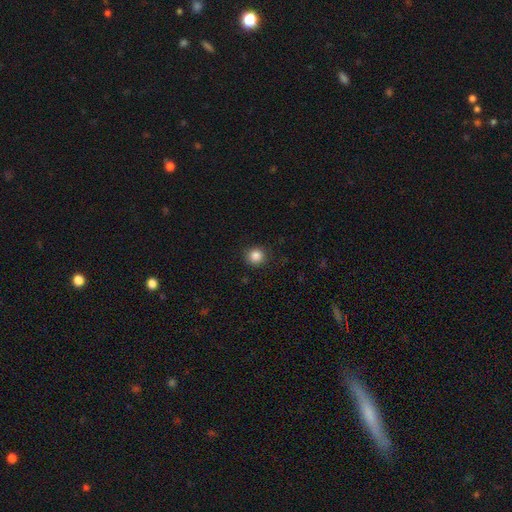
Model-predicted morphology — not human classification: smooth-or-featured: smooth: 86% | star or artifact: 11% | featured or disk: 4%
  how-rounded: round: 91% | in between: 8% | cigar-shaped: 1%
  merging: none: 90% | minor disturbance: 7% | major disturbance: 2% | merger: 1%